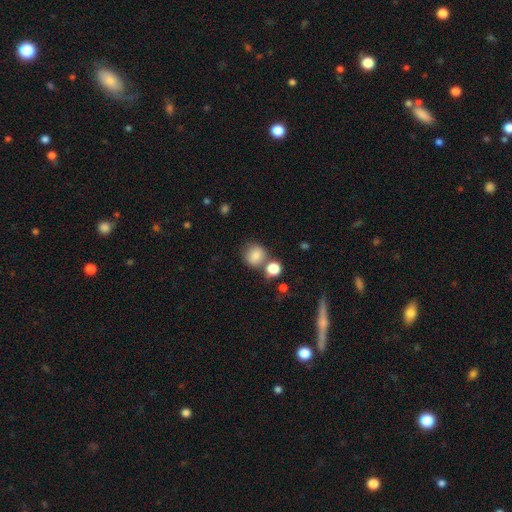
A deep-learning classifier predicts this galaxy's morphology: Smooth or featured? Predicted: smooth (p=0.82). How rounded? Predicted: round (p=0.83). Merging? Predicted: none (p=0.61).